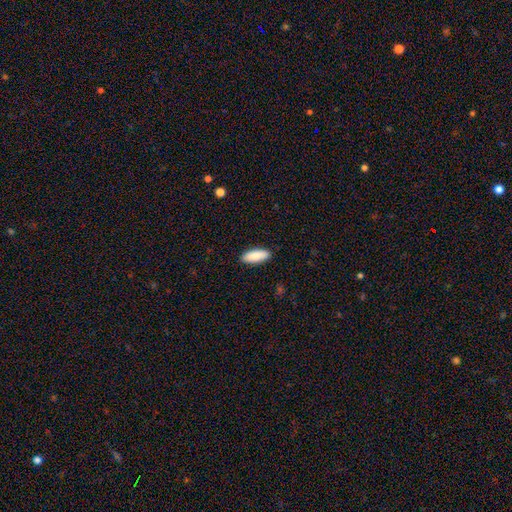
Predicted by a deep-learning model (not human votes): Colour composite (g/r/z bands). It shows a smooth galaxy with no disk features (87%) that is in between round and cigar-shaped (73%). Merging: none (90%).